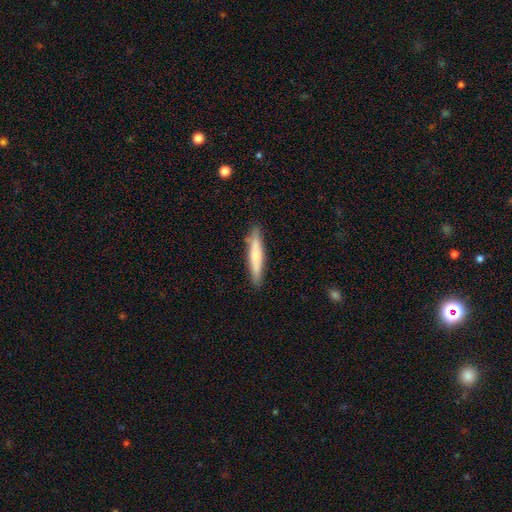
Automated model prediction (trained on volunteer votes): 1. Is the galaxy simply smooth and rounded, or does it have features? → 66% smooth, 28% featured or disk, 6% star or artifact.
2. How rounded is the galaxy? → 89% cigar-shaped, 9% in between, 1% round.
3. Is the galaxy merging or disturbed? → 85% none, 11% minor disturbance, 2% major disturbance, 2% merger.